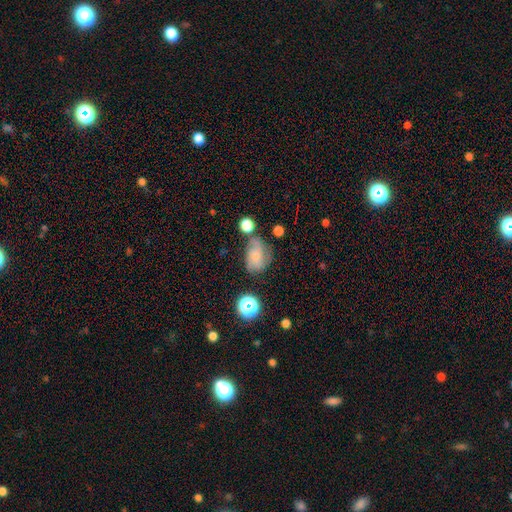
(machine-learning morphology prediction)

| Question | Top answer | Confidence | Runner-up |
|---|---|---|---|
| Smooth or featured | smooth | 46% | featured or disk (41%) |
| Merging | none | 47% | minor disturbance (28%) |